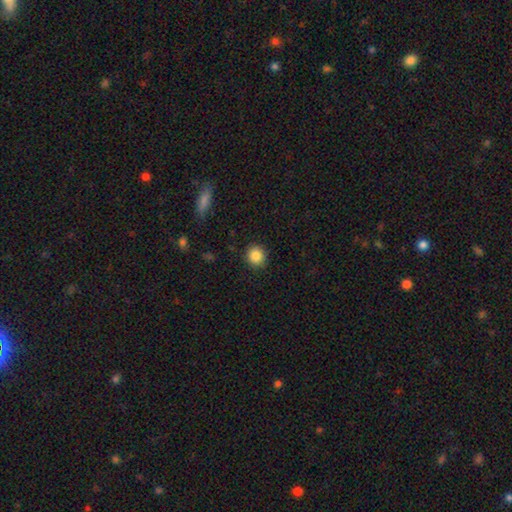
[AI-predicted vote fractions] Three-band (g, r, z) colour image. It shows a smooth galaxy with no disk features (85%) that is round (90%). Merging: none (90%).